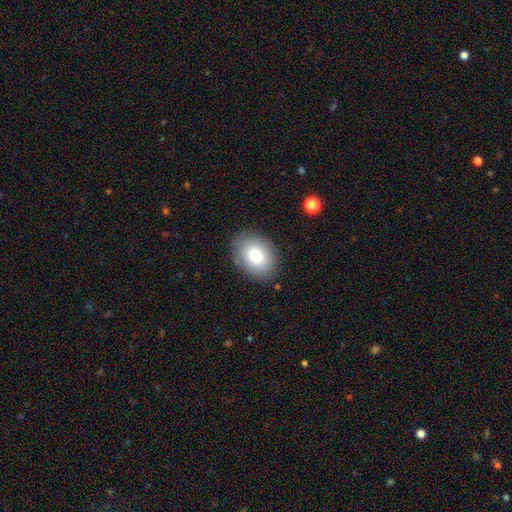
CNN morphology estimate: This appears to be a smooth galaxy with no disk features (81%) that is in between round and cigar-shaped (71%). Merging: none (85%).